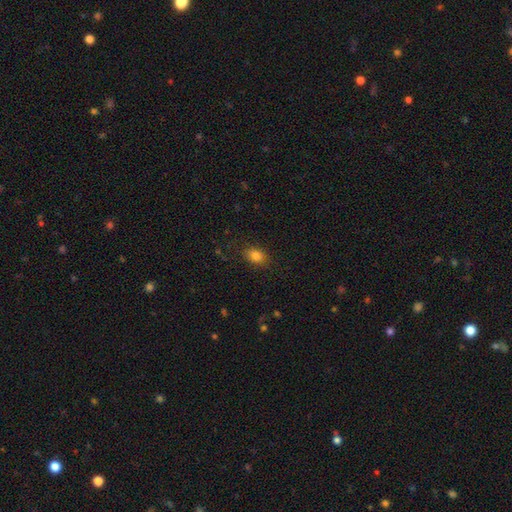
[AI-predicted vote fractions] Q: Smooth or featured?
A: smooth (82%); runner-up: star or artifact (11%)
Q: How rounded?
A: in between (75%); runner-up: round (24%)
Q: Merging?
A: none (85%); runner-up: minor disturbance (11%)